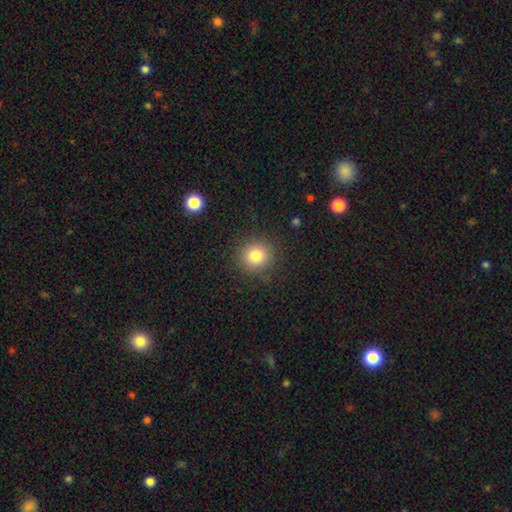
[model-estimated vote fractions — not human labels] Smooth or featured?
  - smooth: 81% *
  - star or artifact: 12%
  - featured or disk: 7%
How rounded?
  - round: 92% *
  - in between: 7%
  - cigar-shaped: 1%
Merging?
  - none: 89% *
  - minor disturbance: 7%
  - major disturbance: 3%
  - merger: 1%